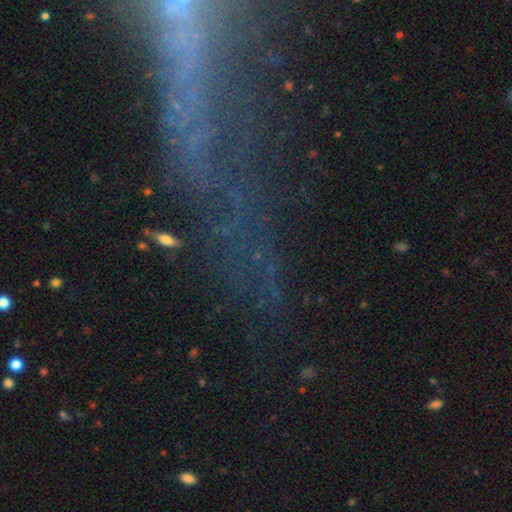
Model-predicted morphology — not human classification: smooth-or-featured: star or artifact: 47% | featured or disk: 35% | smooth: 18%